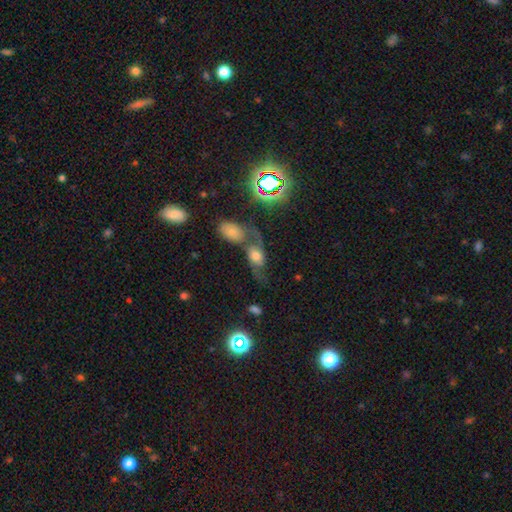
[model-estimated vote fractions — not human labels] This is possibly a featured or disk galaxy (56%). It is clearly not viewed edge-on (87%). Merging: marginally none (36%).